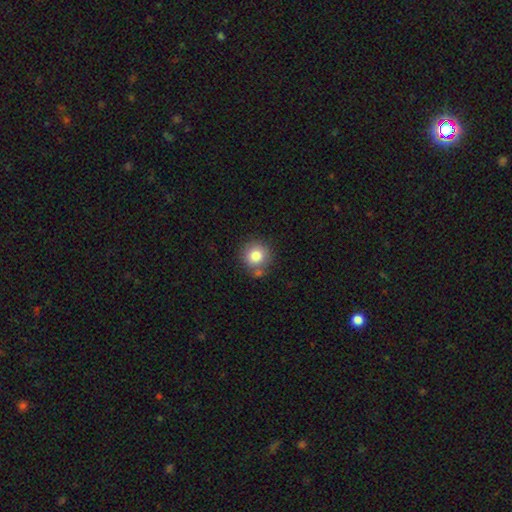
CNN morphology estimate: Overall: smooth (81%). How rounded: round (92%). Merging: none (73%).